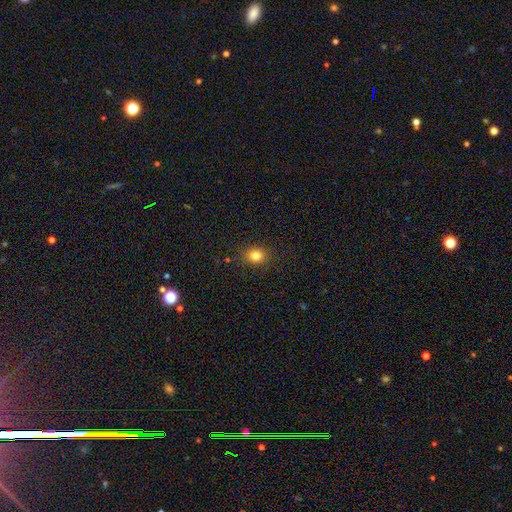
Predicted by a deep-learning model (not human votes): smooth 80%, star or artifact 14%, featured or disk 6%. Down the decision tree: how rounded — round (69%); merging — none (85%).